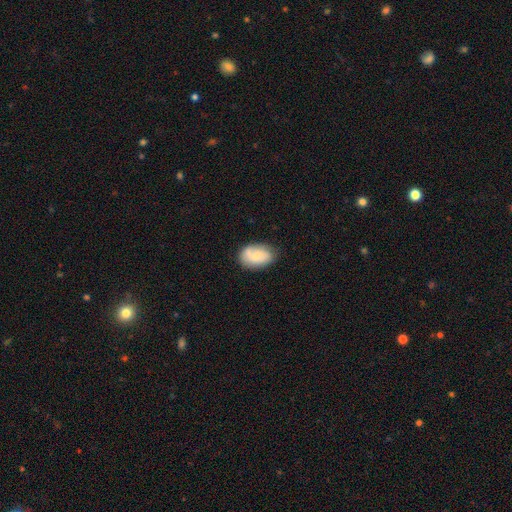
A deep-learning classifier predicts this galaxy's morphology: A smooth galaxy with no disk features (57%) that is in between round and cigar-shaped (86%). Merging: none (73%).